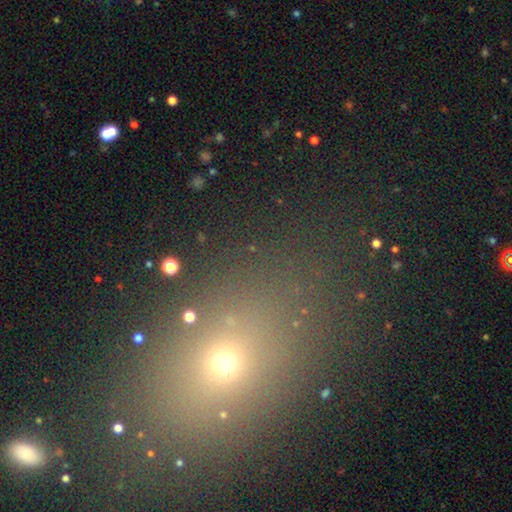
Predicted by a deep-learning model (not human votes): A smooth galaxy with no disk features (50%) that is in between round and cigar-shaped (58%). Merging: none (82%).